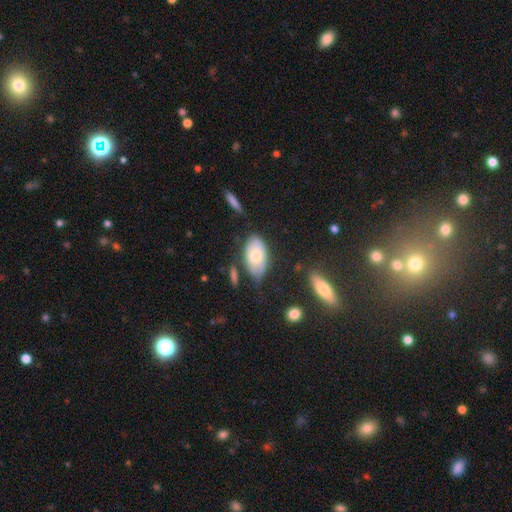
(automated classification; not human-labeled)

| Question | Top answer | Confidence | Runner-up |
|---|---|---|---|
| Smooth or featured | smooth | 67% | featured or disk (26%) |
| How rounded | in between | 93% | round (4%) |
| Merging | none | 57% | minor disturbance (29%) |